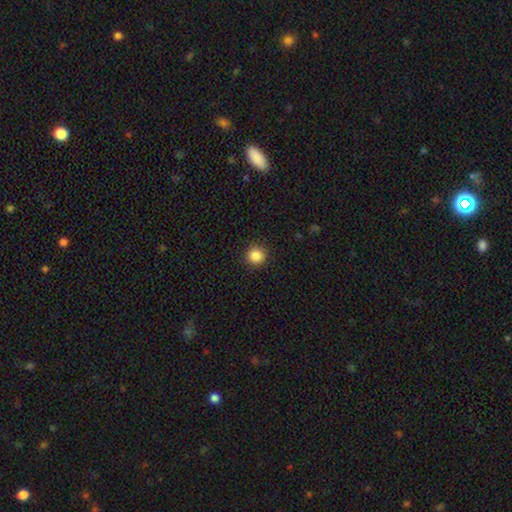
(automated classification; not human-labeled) Smooth or featured? Predicted: smooth (p=0.86). How rounded? Predicted: round (p=0.94). Merging? Predicted: none (p=0.92).